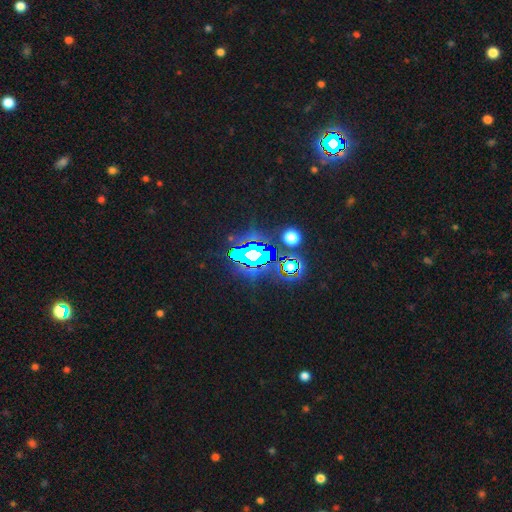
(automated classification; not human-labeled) Morphology: type=star or artifact (73%).